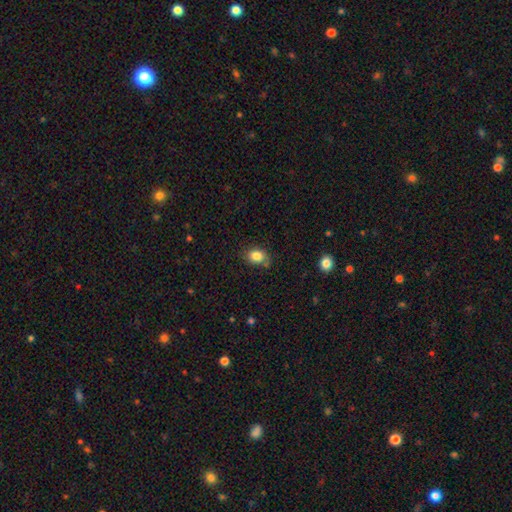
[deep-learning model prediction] Smooth or featured? Predicted: smooth (p=0.83). How rounded? Predicted: in between (p=0.55). Merging? Predicted: none (p=0.70).